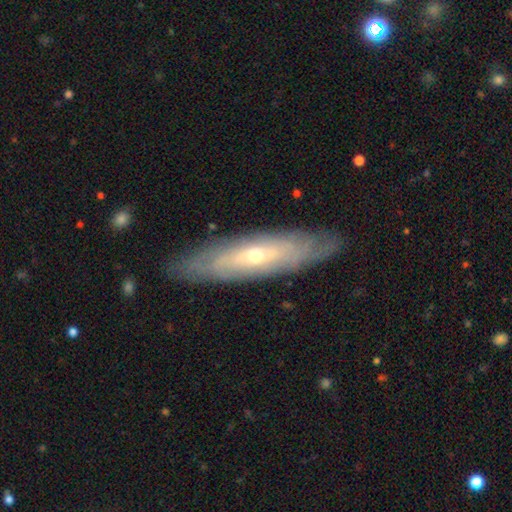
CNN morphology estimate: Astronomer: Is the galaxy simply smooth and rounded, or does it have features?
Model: featured or disk — 72%.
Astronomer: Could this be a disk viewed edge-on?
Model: no — 60% (runner-up: yes, 40%).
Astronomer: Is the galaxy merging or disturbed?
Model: none — 85%.